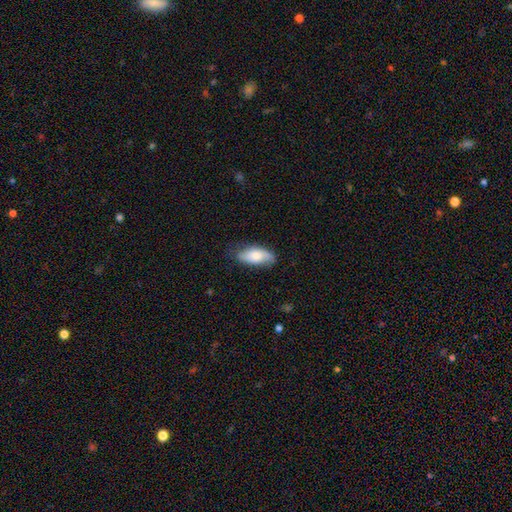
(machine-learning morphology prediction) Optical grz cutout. It shows a smooth galaxy with no disk features (71%) that is in between round and cigar-shaped (88%). Merging: none (67%).